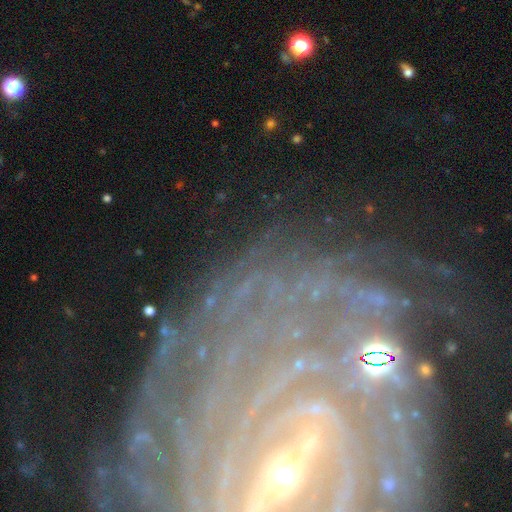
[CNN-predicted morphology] This is likely a featured or disk galaxy (72%). It is clearly not viewed edge-on (93%). Bar: marginally no (39%). Spiral arm pattern: clearly yes (89%). Spiral arm count: marginally can't tell (30%). Spiral winding: likely tight (80%). Central bulge: likely small (61%). Merging: likely none (73%).